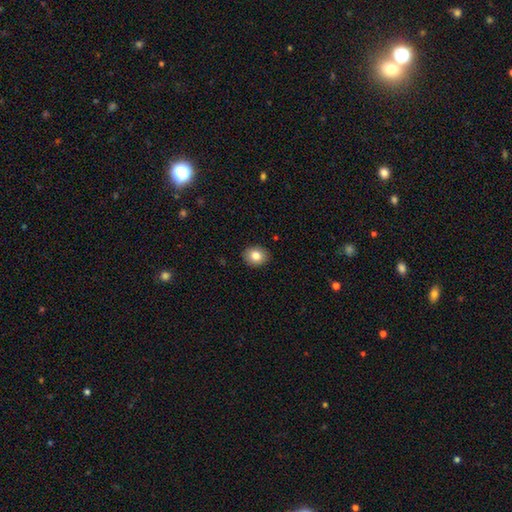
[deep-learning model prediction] A smooth galaxy with no disk features (82%) that is round (55%). Merging: none (90%).